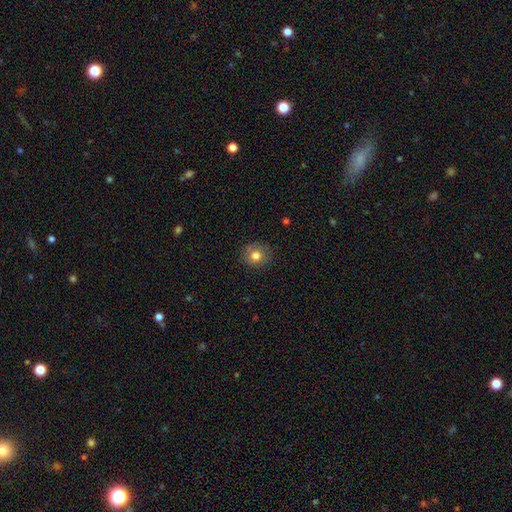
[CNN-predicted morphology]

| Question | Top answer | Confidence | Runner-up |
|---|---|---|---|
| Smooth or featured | smooth | 79% | star or artifact (11%) |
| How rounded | round | 83% | in between (17%) |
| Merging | none | 84% | minor disturbance (12%) |